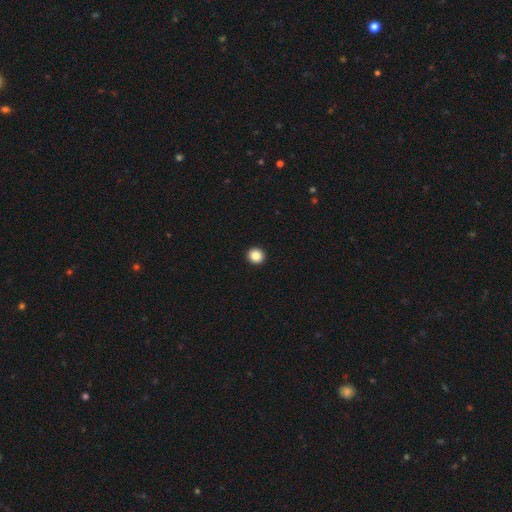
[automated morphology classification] Smooth or featured: smooth — 87% (star or artifact — 9%)
How rounded: round — 92% (in between — 7%)
Merging: none — 94% (minor disturbance — 4%)